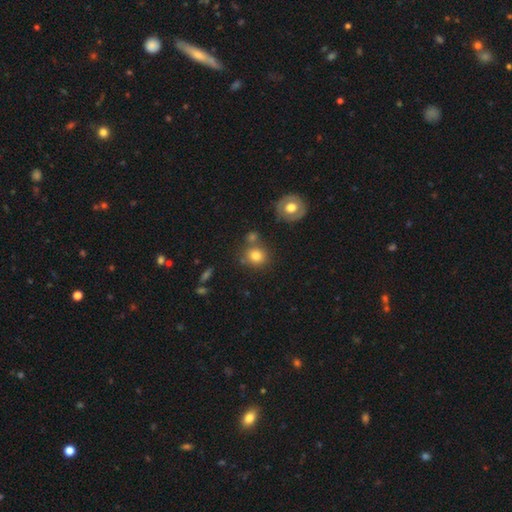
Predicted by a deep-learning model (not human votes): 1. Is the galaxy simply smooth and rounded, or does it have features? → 78% smooth, 11% star or artifact, 11% featured or disk.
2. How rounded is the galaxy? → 85% round, 14% in between, 1% cigar-shaped.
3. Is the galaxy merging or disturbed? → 69% none, 15% merger, 12% minor disturbance, 4% major disturbance.